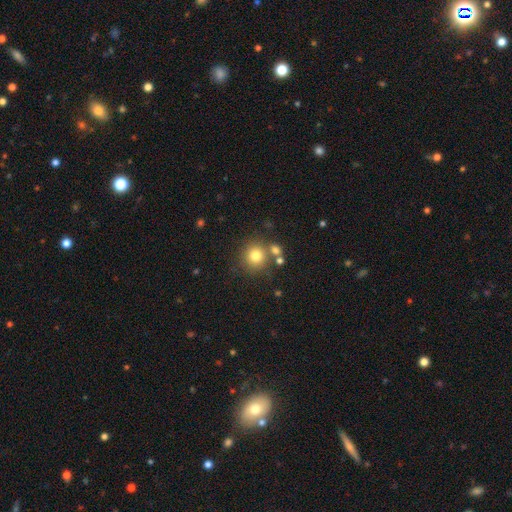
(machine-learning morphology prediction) Overall: smooth (78%). How rounded: round (91%). Merging: none (72%).